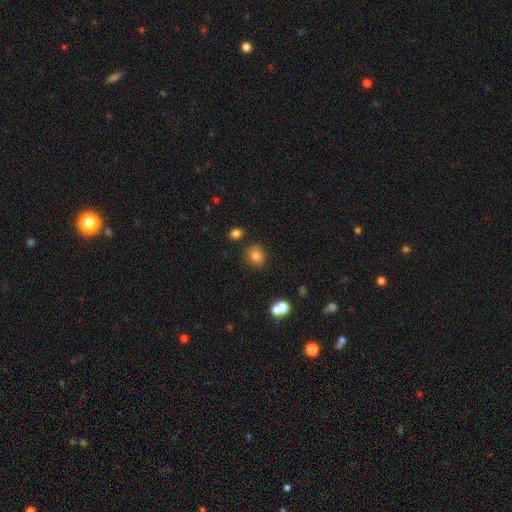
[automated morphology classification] Smooth or featured?
  - smooth: 80% *
  - star or artifact: 12%
  - featured or disk: 8%
How rounded?
  - round: 80% *
  - in between: 19%
  - cigar-shaped: 1%
Merging?
  - none: 83% *
  - minor disturbance: 10%
  - merger: 4%
  - major disturbance: 3%